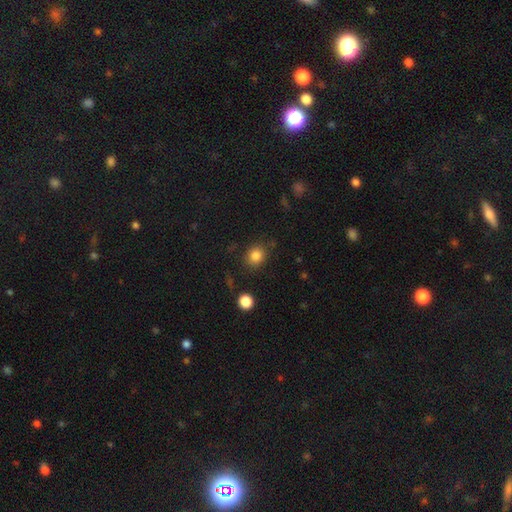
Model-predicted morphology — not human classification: Overall: smooth (84%). How rounded: round (70%). Merging: none (84%).